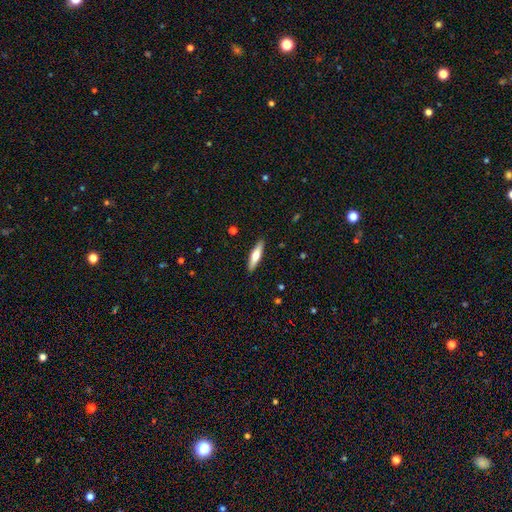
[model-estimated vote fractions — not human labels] Smooth or featured: smooth — 62% (featured or disk — 33%)
How rounded: cigar-shaped — 76% (in between — 23%)
Merging: none — 90% (minor disturbance — 7%)